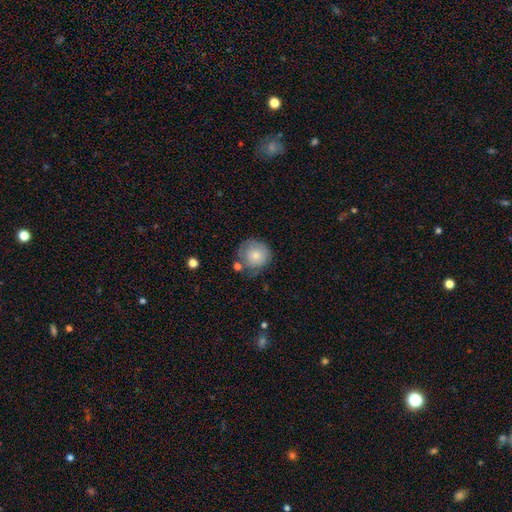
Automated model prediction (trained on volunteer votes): The model was most divided on "merging": none: 60%, minor disturbance: 24%, major disturbance: 8%, merger: 8%. More confident: how rounded — round (91%); smooth or featured — smooth (76%).